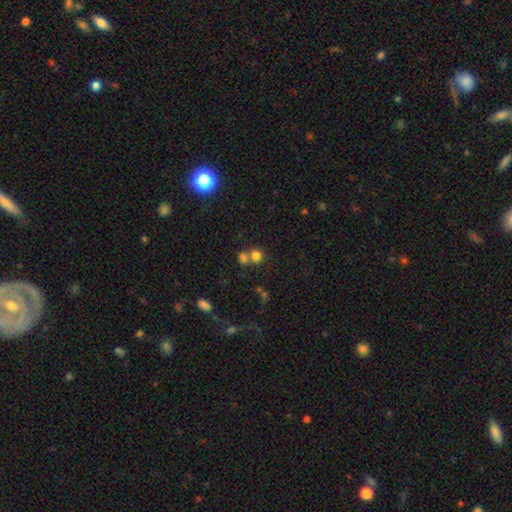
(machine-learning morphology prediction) Q: Smooth or featured?
A: smooth (75%); runner-up: star or artifact (16%)
Q: How rounded?
A: round (83%); runner-up: in between (16%)
Q: Merging?
A: none (48%); runner-up: merger (41%)